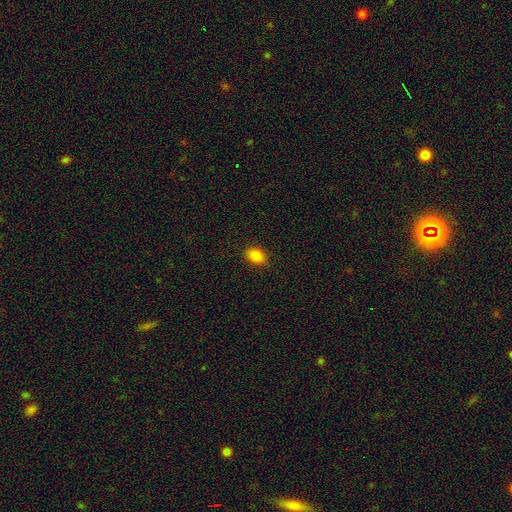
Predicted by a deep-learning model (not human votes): smooth-or-featured: smooth: 85% | star or artifact: 10% | featured or disk: 4%
  how-rounded: in between: 77% | round: 22% | cigar-shaped: 1%
  merging: none: 88% | minor disturbance: 9% | major disturbance: 2% | merger: 1%